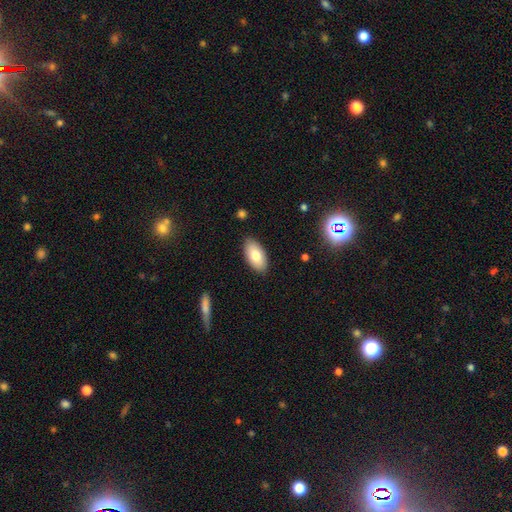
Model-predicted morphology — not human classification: smooth_or_featured: smooth (p=0.78) [alt: featured or disk p=0.15]
how_rounded: in between (p=0.95) [alt: round p=0.03]
merging: none (p=0.87) [alt: minor disturbance p=0.09]